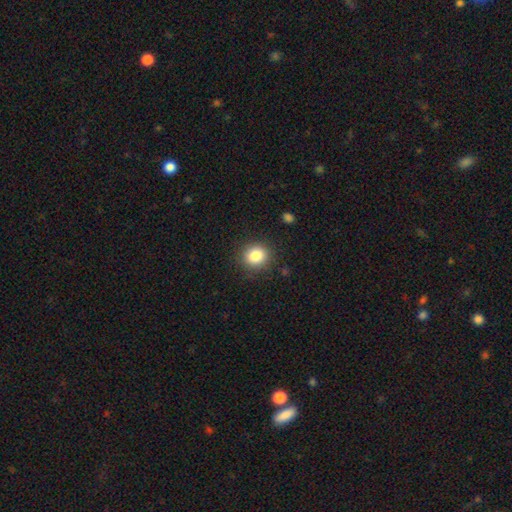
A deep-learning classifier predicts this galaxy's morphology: smooth_or_featured: smooth (p=0.84) [alt: star or artifact p=0.10]
how_rounded: round (p=0.77) [alt: in between p=0.22]
merging: none (p=0.87) [alt: minor disturbance p=0.09]